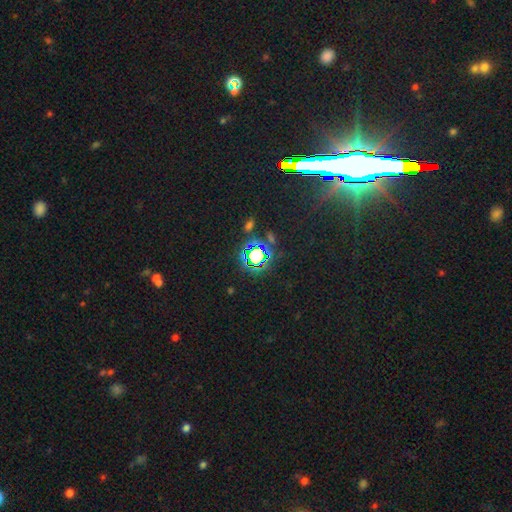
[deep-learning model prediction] star or artifact 66%, smooth 24%, featured or disk 10%.